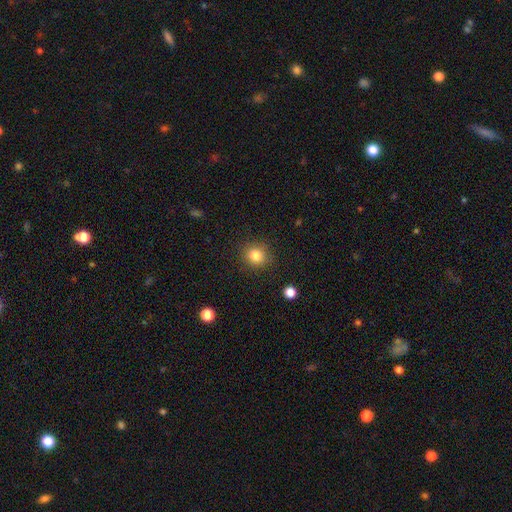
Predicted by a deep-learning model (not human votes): Smooth or featured: smooth — 84% (star or artifact — 11%)
How rounded: round — 83% (in between — 16%)
Merging: none — 87% (minor disturbance — 9%)